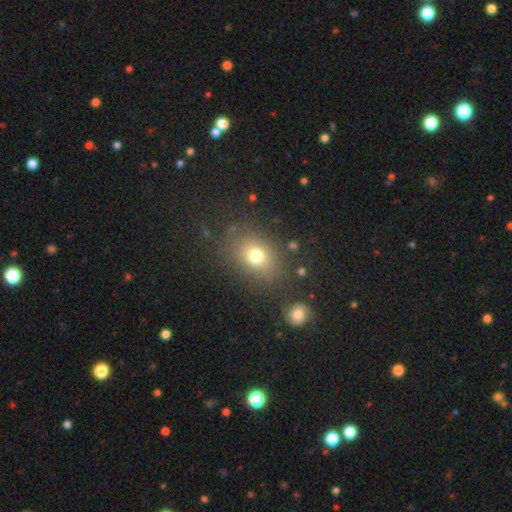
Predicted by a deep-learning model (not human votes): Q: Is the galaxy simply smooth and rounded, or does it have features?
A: smooth — 73%.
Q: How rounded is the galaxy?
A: in between — 57%.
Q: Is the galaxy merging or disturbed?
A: none — 79%.